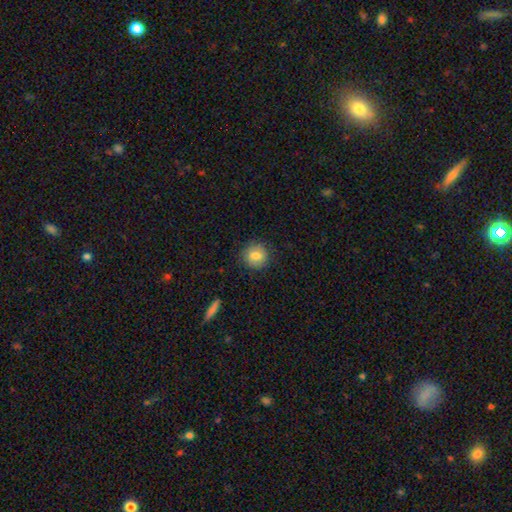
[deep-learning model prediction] smooth-or-featured: smooth: 79% | featured or disk: 12% | star or artifact: 9%
  how-rounded: round: 89% | in between: 10% | cigar-shaped: 1%
  merging: none: 86% | minor disturbance: 10% | major disturbance: 3% | merger: 1%